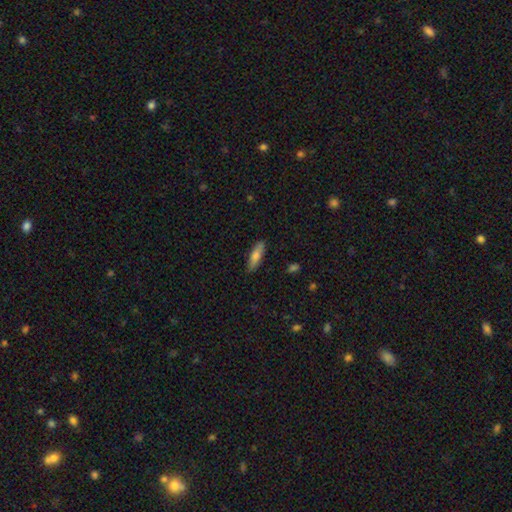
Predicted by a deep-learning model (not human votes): A smooth galaxy with no disk features (71%) that is cigar-shaped (59%). Merging: none (87%).